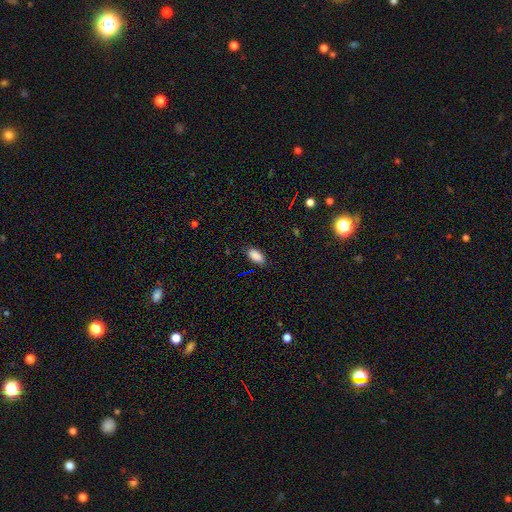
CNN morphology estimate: This is clearly a smooth galaxy (89%). How rounded: clearly in between (92%). Merging: clearly none (82%).